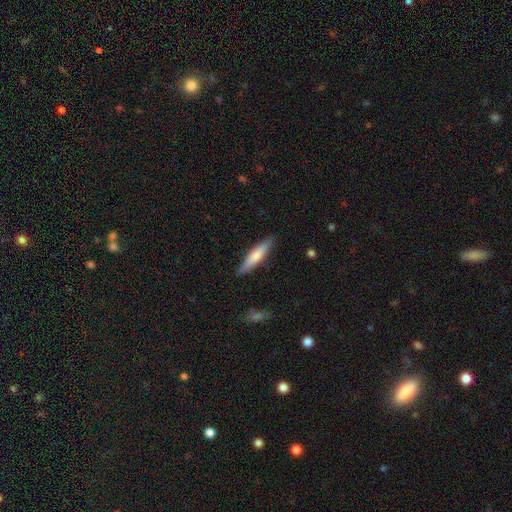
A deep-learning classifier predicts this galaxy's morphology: smooth 66%, featured or disk 29%, star or artifact 5%. Down the decision tree: how rounded — cigar-shaped (80%); merging — none (86%).